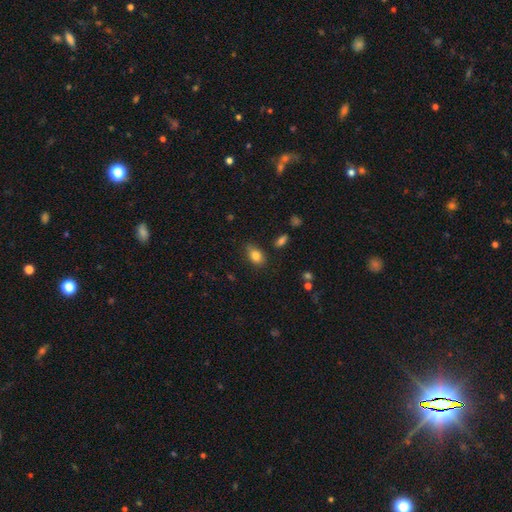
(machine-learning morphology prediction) smooth_or_featured: smooth (p=0.82) [alt: star or artifact p=0.10]
how_rounded: in between (p=0.82) [alt: round p=0.16]
merging: none (p=0.71) [alt: minor disturbance p=0.22]